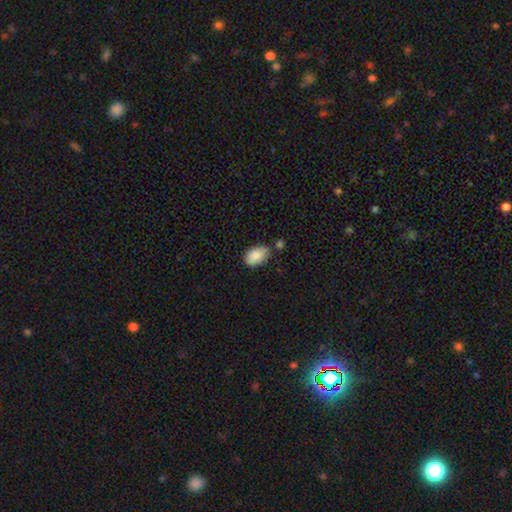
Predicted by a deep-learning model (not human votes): Smooth or featured: smooth — 88% (star or artifact — 7%)
How rounded: in between — 91% (round — 8%)
Merging: none — 60% (minor disturbance — 24%)